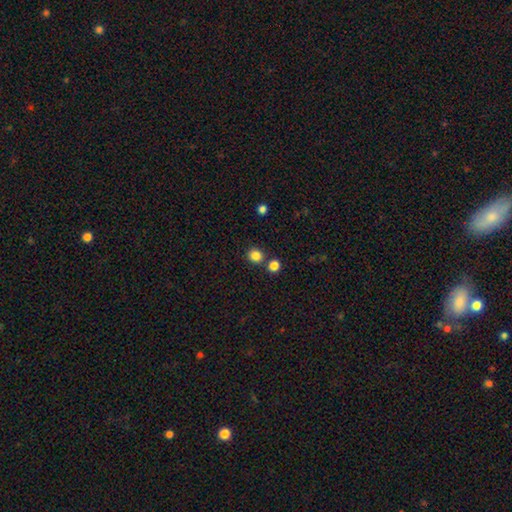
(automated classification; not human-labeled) This is clearly a smooth galaxy (84%). How rounded: clearly round (87%). Merging: likely none (79%).